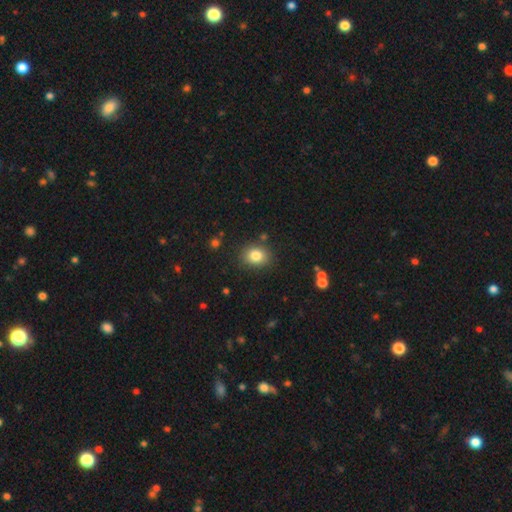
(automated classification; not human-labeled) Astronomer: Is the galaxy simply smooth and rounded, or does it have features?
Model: smooth — 83%.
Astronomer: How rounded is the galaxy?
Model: round — 60% (runner-up: in between, 40%).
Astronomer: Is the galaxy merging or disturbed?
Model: none — 85%.